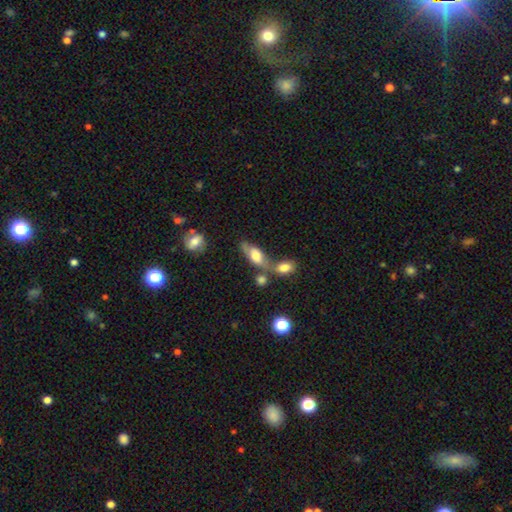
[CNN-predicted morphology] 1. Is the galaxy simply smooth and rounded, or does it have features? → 61% smooth, 31% featured or disk, 8% star or artifact.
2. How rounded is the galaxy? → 77% in between, 19% cigar-shaped, 4% round.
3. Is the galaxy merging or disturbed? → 43% none, 35% merger, 15% minor disturbance, 7% major disturbance.